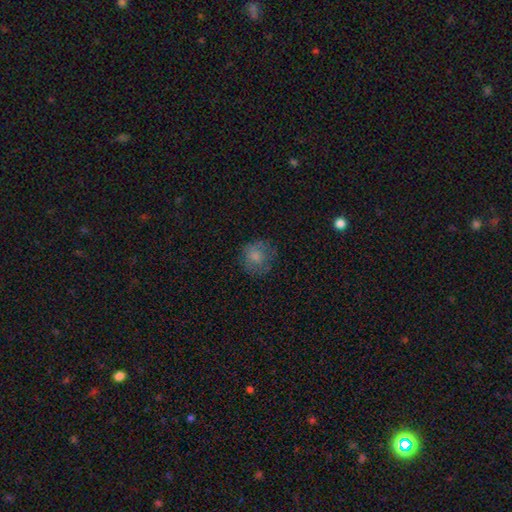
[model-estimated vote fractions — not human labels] Smooth or featured? smooth (77%)
How rounded? round (86%)
Merging? none (76%)